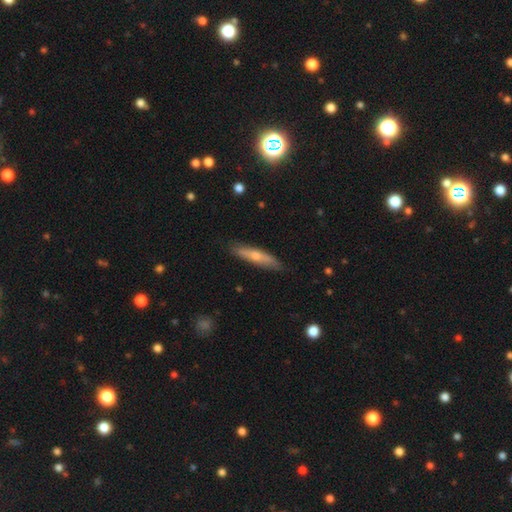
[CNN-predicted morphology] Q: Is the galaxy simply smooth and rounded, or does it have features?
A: smooth — 52%.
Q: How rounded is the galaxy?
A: cigar-shaped — 82%.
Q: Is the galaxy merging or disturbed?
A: none — 84%.